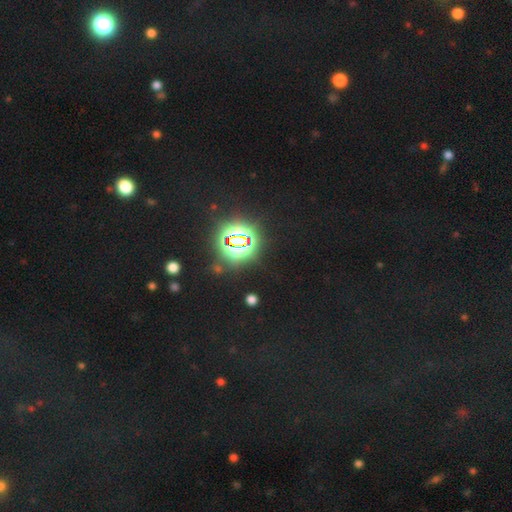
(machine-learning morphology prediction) Overall: star or artifact (68%).